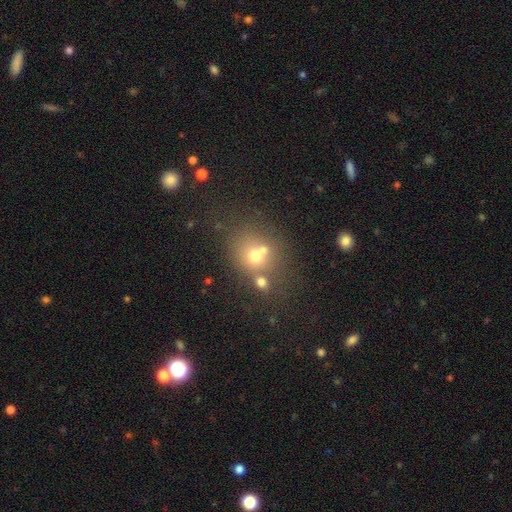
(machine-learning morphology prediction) Overall: smooth (62%). How rounded: round (73%). Merging: none (43%; merger 41%).